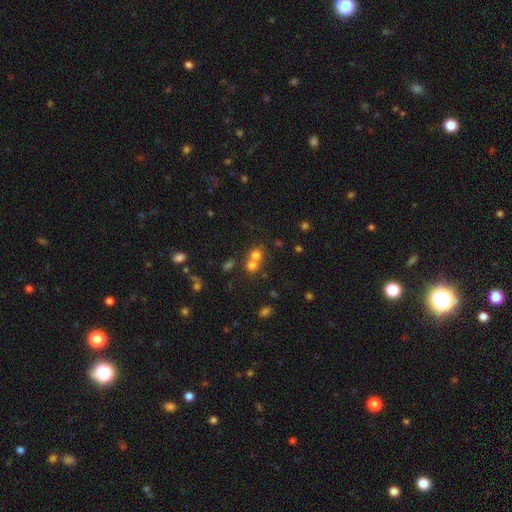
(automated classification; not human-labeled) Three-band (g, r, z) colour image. It shows a smooth galaxy with no disk features (69%) that is round (81%). Merging: merger (54%).